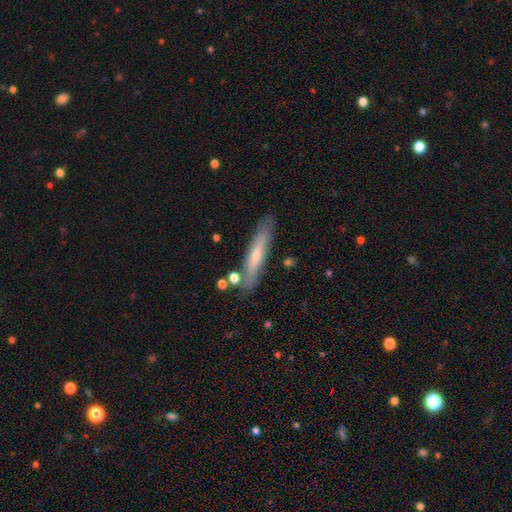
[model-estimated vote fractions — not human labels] The model was most divided on "smooth or featured": smooth: 48%, featured or disk: 45%, star or artifact: 7%. More confident: merging — none (80%).